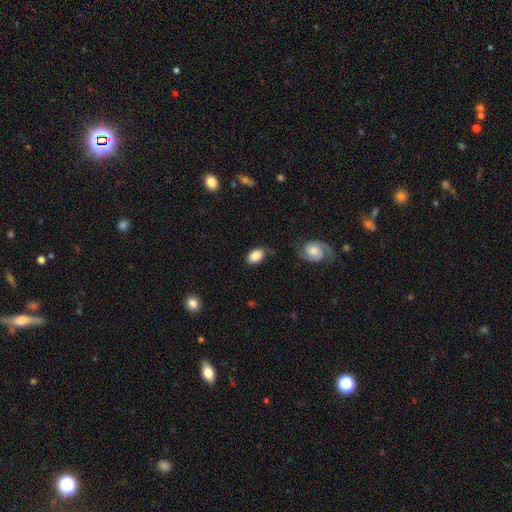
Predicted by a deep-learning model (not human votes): Overall: smooth (84%). How rounded: in between (86%). Merging: none (73%).